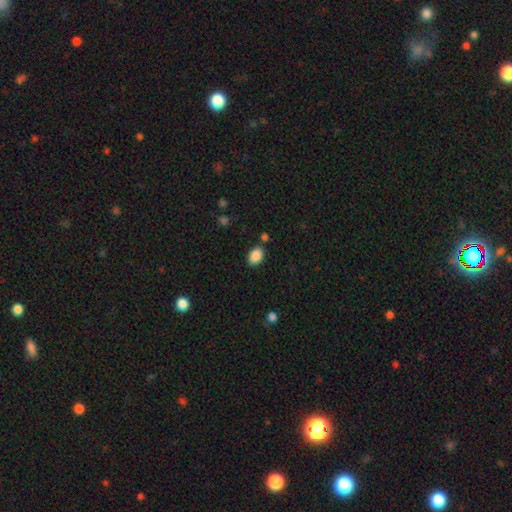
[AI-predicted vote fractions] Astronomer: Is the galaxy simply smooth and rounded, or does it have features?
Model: smooth — 88%.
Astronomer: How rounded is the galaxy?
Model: in between — 85%.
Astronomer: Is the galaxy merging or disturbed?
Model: none — 81%.